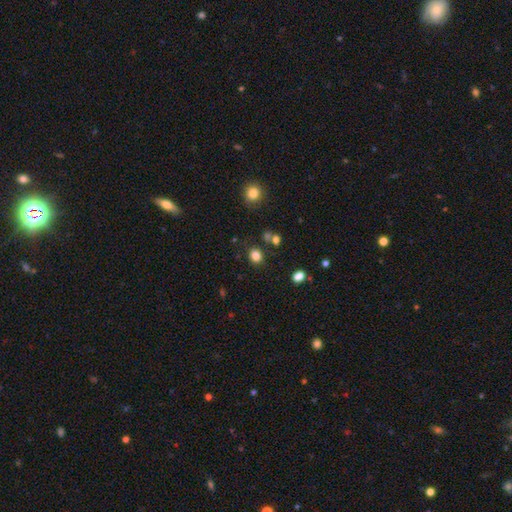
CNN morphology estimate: type=smooth (82%); roundness=round (62%); merging=none (81%).